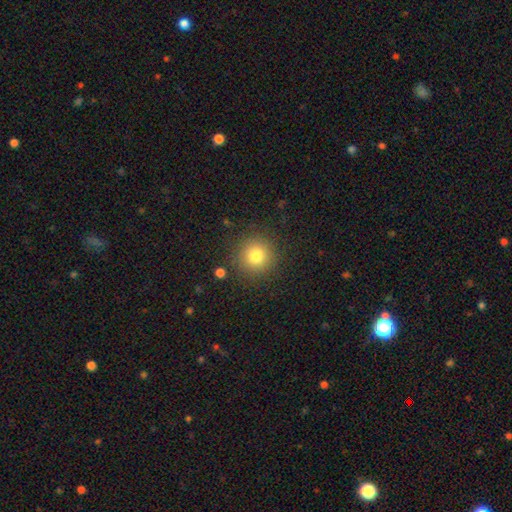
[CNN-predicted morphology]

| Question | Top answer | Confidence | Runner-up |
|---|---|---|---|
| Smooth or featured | smooth | 80% | star or artifact (12%) |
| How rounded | round | 94% | in between (5%) |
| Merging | none | 88% | minor disturbance (8%) |